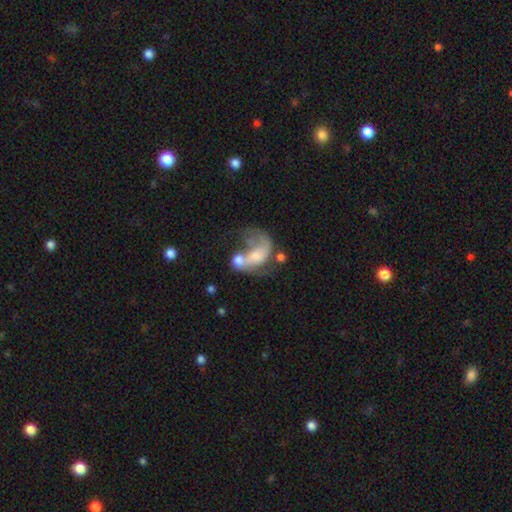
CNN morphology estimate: smooth-or-featured: featured or disk: 60% | smooth: 31% | star or artifact: 8%
  disk-edge-on: no: 97% | yes: 3%
    bar: no: 71% | weak: 23% | strong: 6%
    has-spiral-arms: yes: 65% | no: 35%
    bulge-size: moderate: 33% | small: 30% | none: 22% | large: 12% | dominant: 3%
  merging: merger: 47% | major disturbance: 29% | none: 14% | minor disturbance: 9%